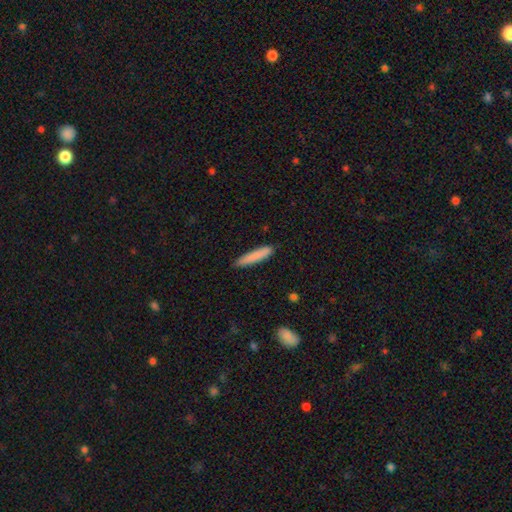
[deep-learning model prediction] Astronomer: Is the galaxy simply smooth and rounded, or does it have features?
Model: smooth — 84%.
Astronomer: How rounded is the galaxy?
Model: cigar-shaped — 90%.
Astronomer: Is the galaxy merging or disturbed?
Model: none — 87%.